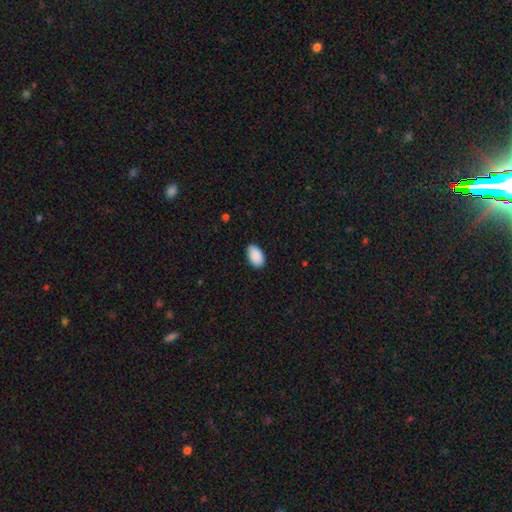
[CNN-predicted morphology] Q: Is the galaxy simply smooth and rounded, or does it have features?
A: smooth — 91%.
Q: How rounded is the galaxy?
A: in between — 94%.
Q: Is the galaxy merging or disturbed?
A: none — 87%.